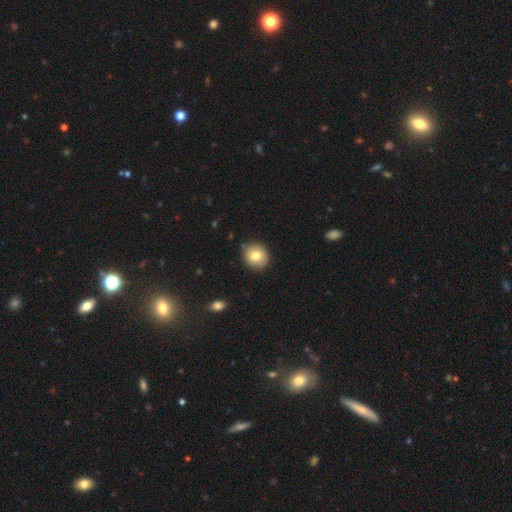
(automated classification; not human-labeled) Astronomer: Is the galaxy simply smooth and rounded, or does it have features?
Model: smooth — 78%.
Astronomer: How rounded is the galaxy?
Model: round — 79%.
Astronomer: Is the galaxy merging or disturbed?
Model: none — 87%.